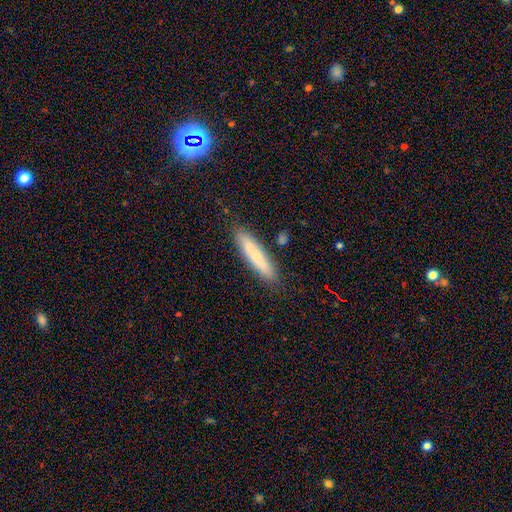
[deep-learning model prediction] Q: Smooth or featured?
A: smooth (63%); runner-up: featured or disk (30%)
Q: How rounded?
A: cigar-shaped (83%); runner-up: in between (15%)
Q: Merging?
A: none (84%); runner-up: minor disturbance (11%)